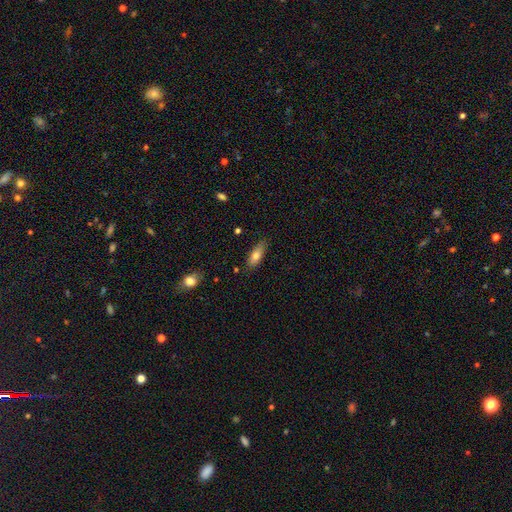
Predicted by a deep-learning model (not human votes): A smooth galaxy with no disk features (73%) that is in between round and cigar-shaped (65%).

Vote fractions:
- Smooth or featured? smooth: 73% / featured or disk: 20% / star or artifact: 7%
- How rounded? in between: 65% / cigar-shaped: 32% / round: 3%
- Merging? none: 79% / minor disturbance: 17% / major disturbance: 3% / merger: 2%